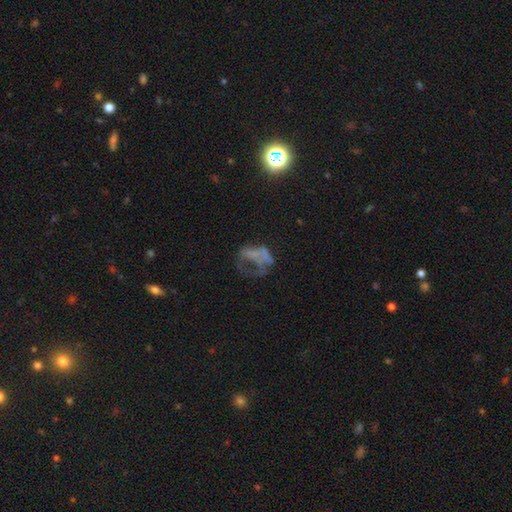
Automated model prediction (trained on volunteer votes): A featured or disk galaxy (47%).

Vote fractions:
- Smooth or featured? featured or disk: 47% / smooth: 27% / star or artifact: 26%
- Merging? major disturbance: 46% / none: 31% / minor disturbance: 16% / merger: 6%